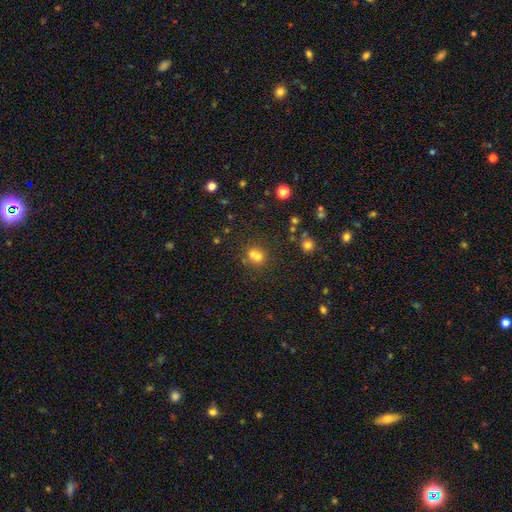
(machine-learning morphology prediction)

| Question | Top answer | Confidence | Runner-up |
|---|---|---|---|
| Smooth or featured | smooth | 64% | star or artifact (21%) |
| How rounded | round | 71% | in between (28%) |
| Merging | merger | 48% | none (40%) |